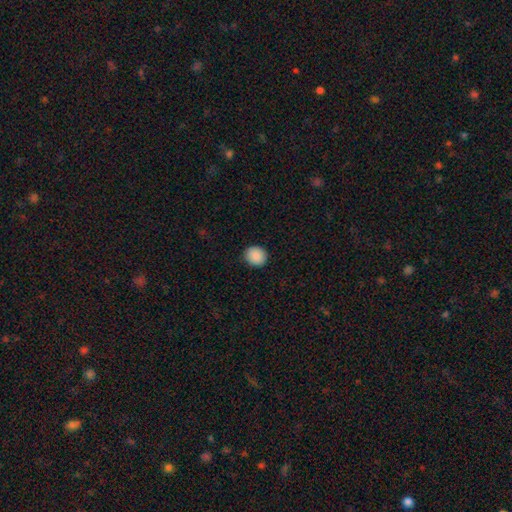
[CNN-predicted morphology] Smooth or featured? smooth (90%)
How rounded? round (84%)
Merging? none (90%)